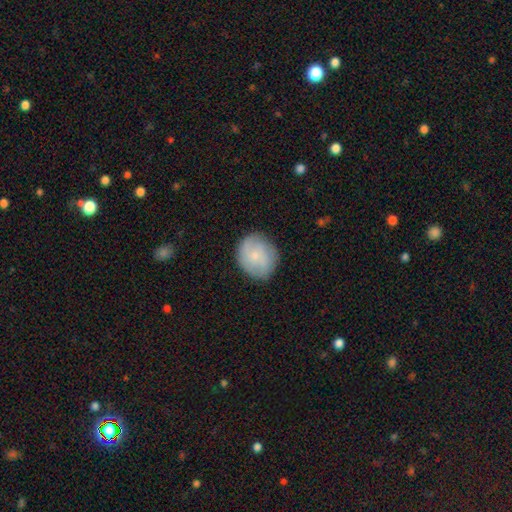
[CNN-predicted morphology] Smooth or featured: smooth — 62% (featured or disk — 30%)
How rounded: round — 75% (in between — 24%)
Merging: none — 79% (minor disturbance — 16%)